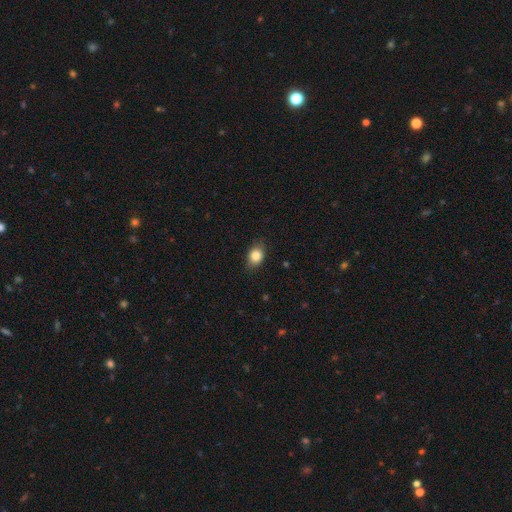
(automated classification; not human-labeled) This is clearly a smooth galaxy (84%). How rounded: likely in between (67%). Merging: likely none (79%).